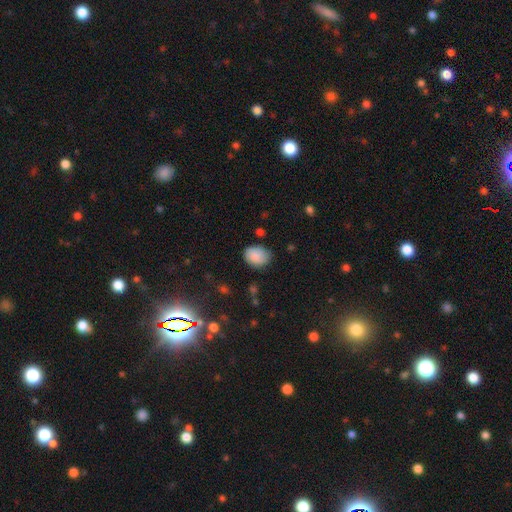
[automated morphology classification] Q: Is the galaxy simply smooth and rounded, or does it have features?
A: smooth — 87%.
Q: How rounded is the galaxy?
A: in between — 58%.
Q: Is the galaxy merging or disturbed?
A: none — 71%.